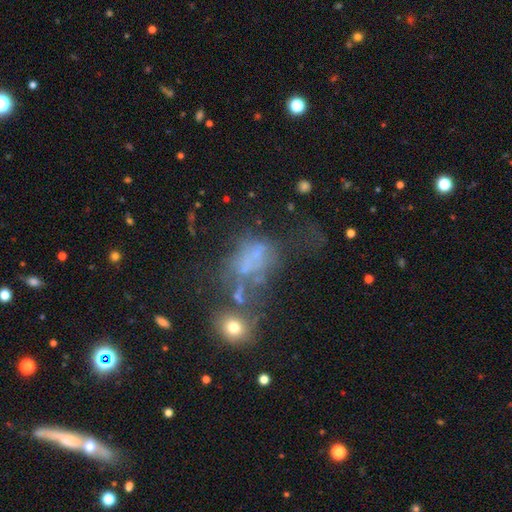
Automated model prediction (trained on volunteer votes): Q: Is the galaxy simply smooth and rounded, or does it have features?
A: featured or disk — 41%.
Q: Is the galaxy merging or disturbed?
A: major disturbance — 32%.